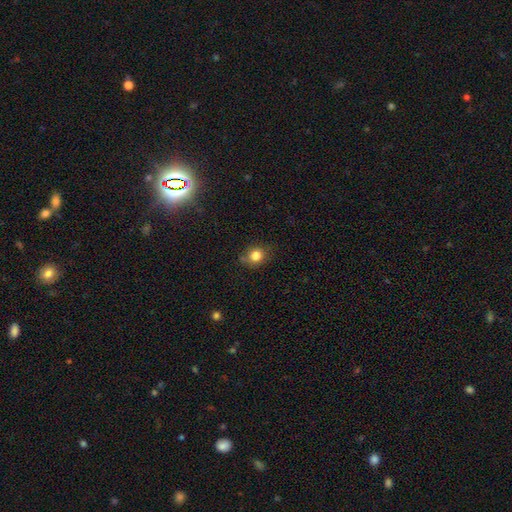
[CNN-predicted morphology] Smooth or featured? Predicted: smooth (p=0.82). How rounded? Predicted: round (p=0.70). Merging? Predicted: none (p=0.71).